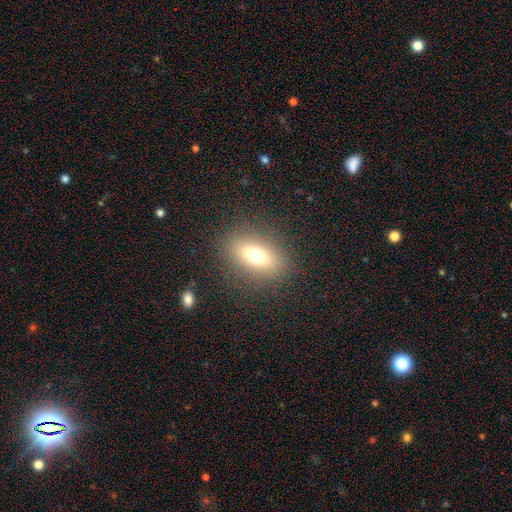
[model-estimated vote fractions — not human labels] The model was most divided on "smooth or featured": smooth: 69%, featured or disk: 18%, star or artifact: 12%. More confident: merging — none (86%); how rounded — in between (76%).